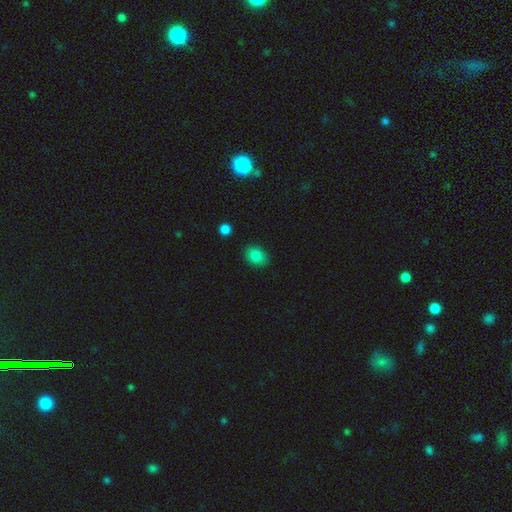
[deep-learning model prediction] This appears to be a smooth galaxy with no disk features (84%) that is in between round and cigar-shaped (55%). Merging: none (87%).